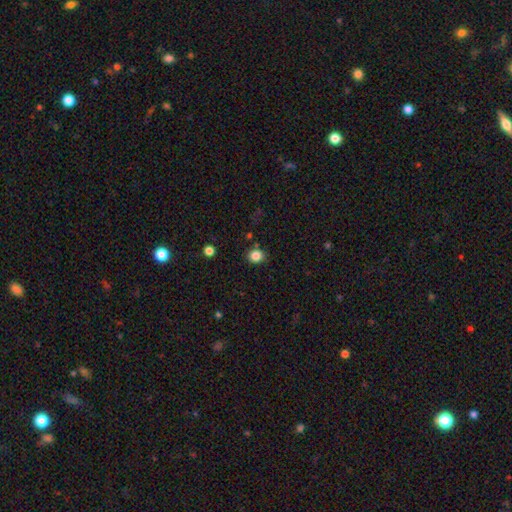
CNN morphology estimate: This is clearly a smooth galaxy (84%). How rounded: likely round (75%). Merging: clearly none (85%).